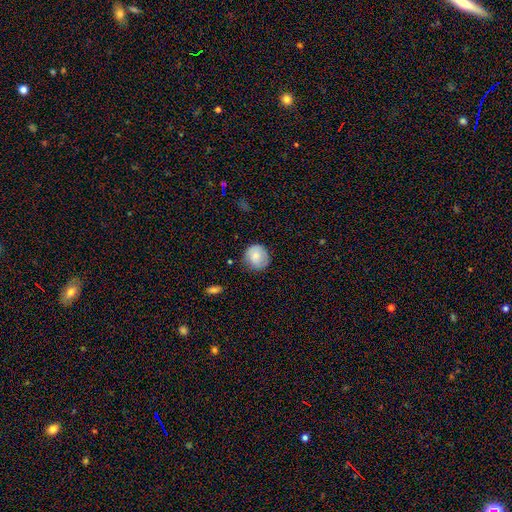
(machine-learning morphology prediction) The model was most divided on "merging": none: 74%, minor disturbance: 20%, major disturbance: 4%, merger: 2%. More confident: how rounded — round (89%); smooth or featured — smooth (80%).